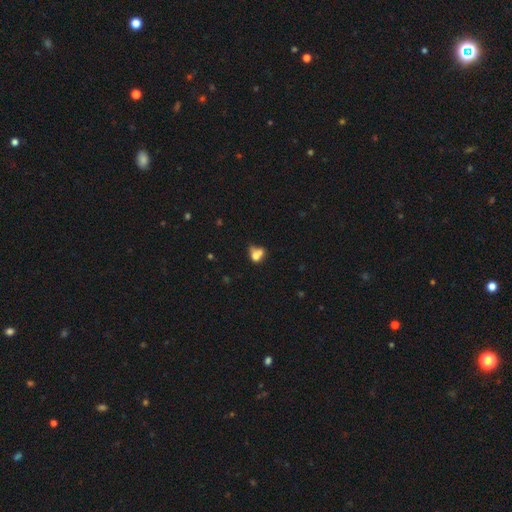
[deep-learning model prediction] Overall: smooth (68%). How rounded: in between (50%; round 47%). Merging: merger (52%; none 25%).